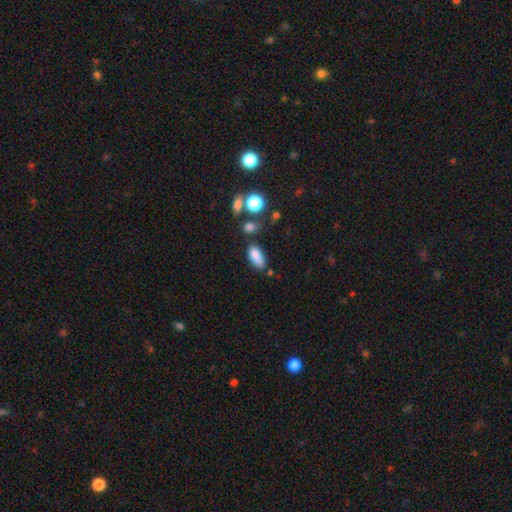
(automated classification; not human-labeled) Smooth or featured?
  - smooth: 84% *
  - star or artifact: 9%
  - featured or disk: 6%
How rounded?
  - in between: 86% *
  - cigar-shaped: 10%
  - round: 4%
Merging?
  - none: 67% *
  - minor disturbance: 19%
  - merger: 9%
  - major disturbance: 6%